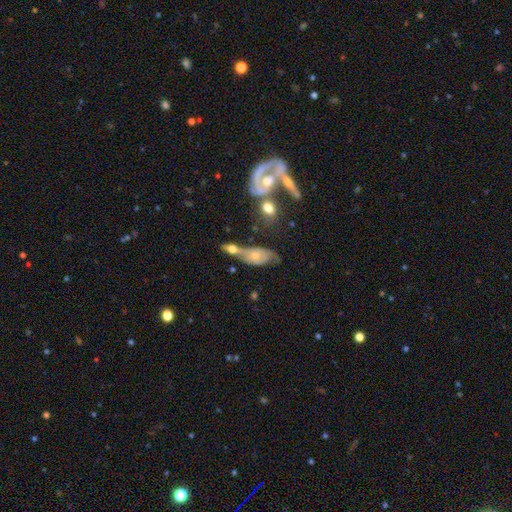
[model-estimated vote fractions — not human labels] The model was most divided on "smooth or featured": featured or disk: 50%, smooth: 41%, star or artifact: 9%. Remaining: merging — merger (41%).